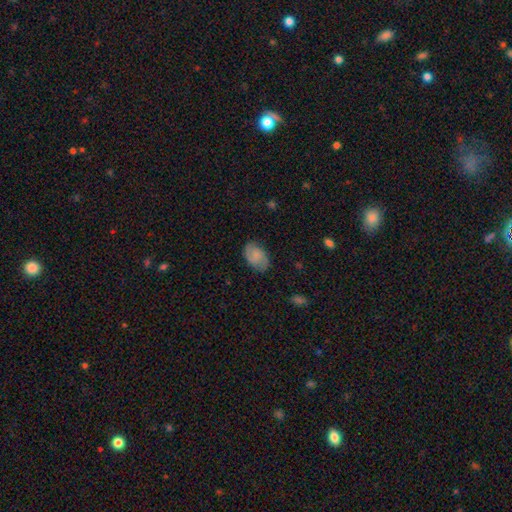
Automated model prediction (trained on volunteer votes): Morphology: type=smooth (64%); roundness=in between (90%); merging=none (76%).